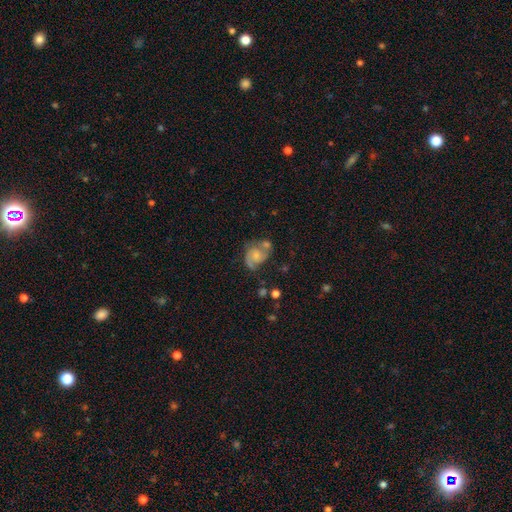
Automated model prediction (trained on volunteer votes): Overall: featured or disk (64%; smooth 27%). Edge-on disk: no (98%). Bar: no (72%). Spiral arms: yes (88%). Spiral arm count: 2 (76%). Spiral winding: medium (48%; tight 28%). Bulge size: small (45%; moderate 35%). Merging: none (39%; merger 27%).